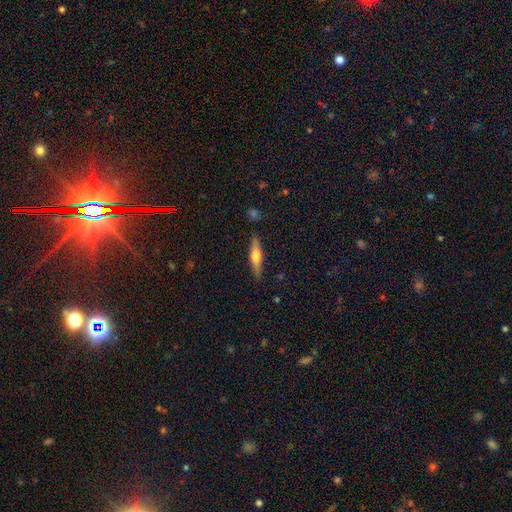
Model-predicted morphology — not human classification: Smooth or featured: featured or disk — 53% (smooth — 41%)
Edge-on disk: yes — 95% (no — 5%)
Merging: none — 88% (minor disturbance — 9%)